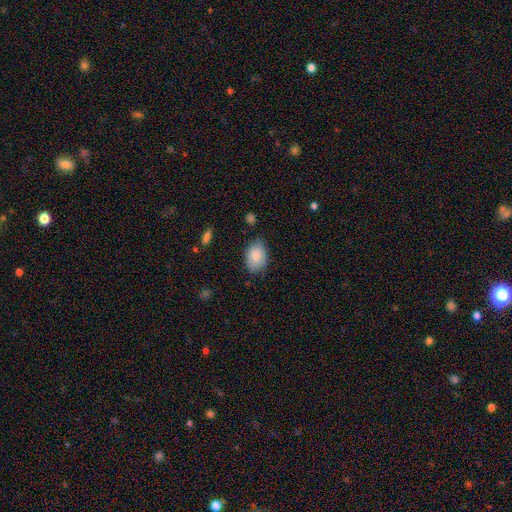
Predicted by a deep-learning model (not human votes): The model was most divided on "merging": none: 73%, minor disturbance: 22%, major disturbance: 4%, merger: 2%. More confident: how rounded — in between (85%); smooth or featured — smooth (85%).